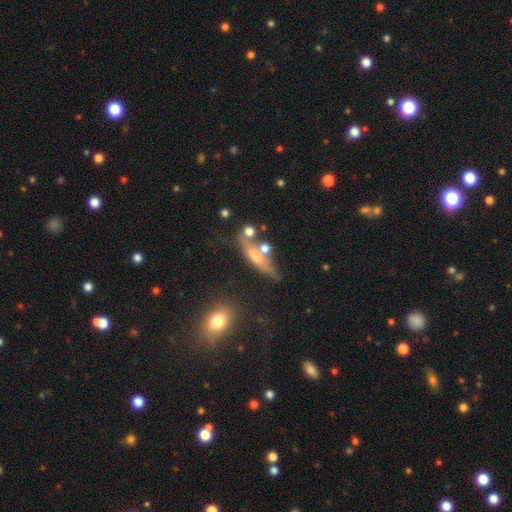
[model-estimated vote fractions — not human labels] Smooth or featured? featured or disk (50%)
Merging? none (49%)